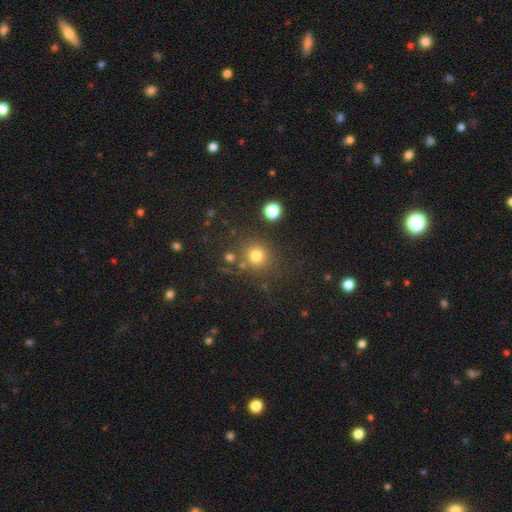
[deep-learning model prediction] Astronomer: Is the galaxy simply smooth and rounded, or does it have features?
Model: smooth — 77%.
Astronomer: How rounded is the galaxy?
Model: round — 90%.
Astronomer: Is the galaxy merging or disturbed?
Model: none — 78%.